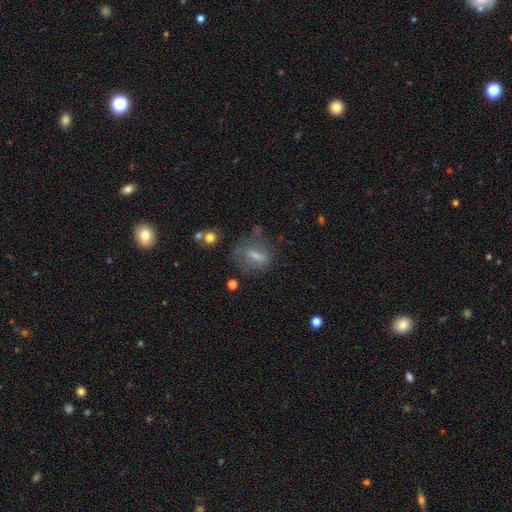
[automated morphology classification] Q: Smooth or featured?
A: smooth (55%); runner-up: featured or disk (32%)
Q: How rounded?
A: in between (57%); runner-up: round (27%)
Q: Merging?
A: none (55%); runner-up: minor disturbance (23%)